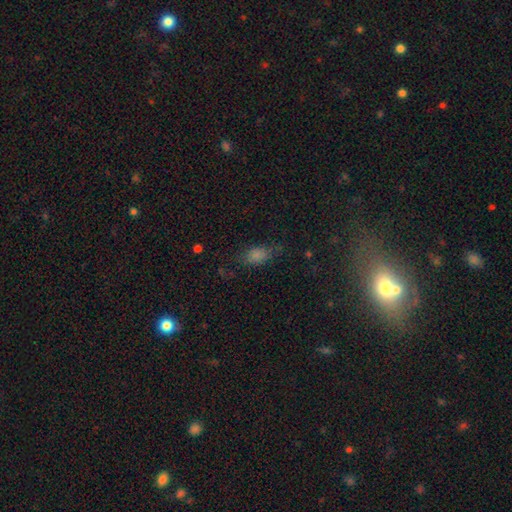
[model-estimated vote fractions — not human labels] A smooth galaxy with no disk features (71%) that is in between round and cigar-shaped (82%).

Vote fractions:
- Smooth or featured? smooth: 71% / star or artifact: 20% / featured or disk: 10%
- How rounded? in between: 82% / round: 10% / cigar-shaped: 9%
- Merging? none: 67% / minor disturbance: 22% / major disturbance: 9% / merger: 2%